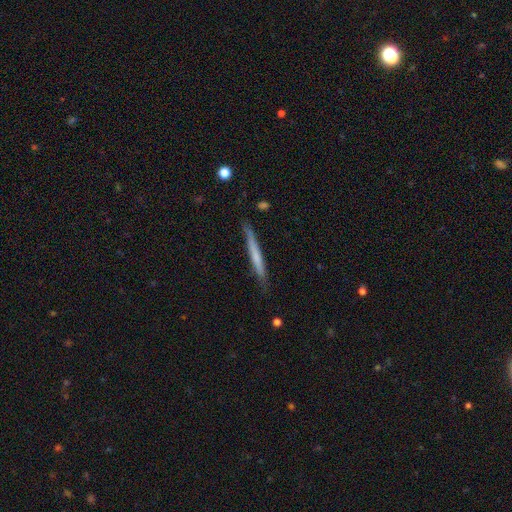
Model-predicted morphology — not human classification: Smooth or featured? smooth (56%)
How rounded? cigar-shaped (97%)
Merging? none (85%)